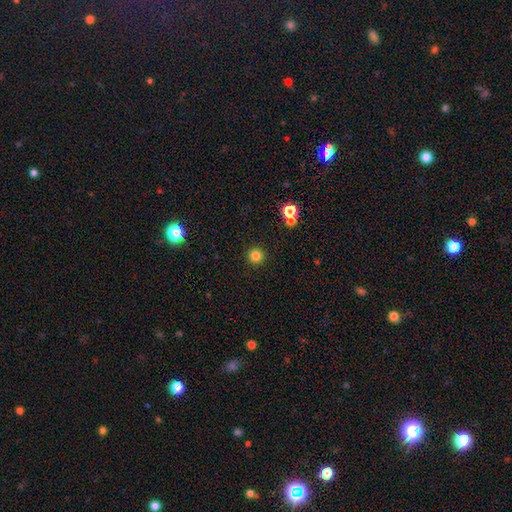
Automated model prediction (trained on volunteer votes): smooth_or_featured: smooth (p=0.82) [alt: star or artifact p=0.13]
how_rounded: round (p=0.96) [alt: in between p=0.03]
merging: none (p=0.91) [alt: minor disturbance p=0.05]